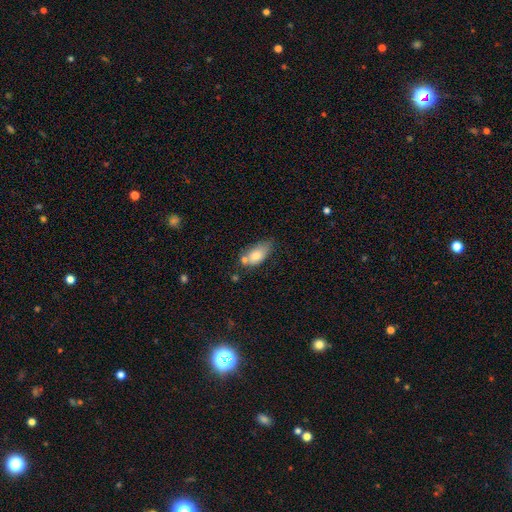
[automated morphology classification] smooth 75%, featured or disk 17%, star or artifact 8%. Down the decision tree: how rounded — in between (89%); merging — none (46%).